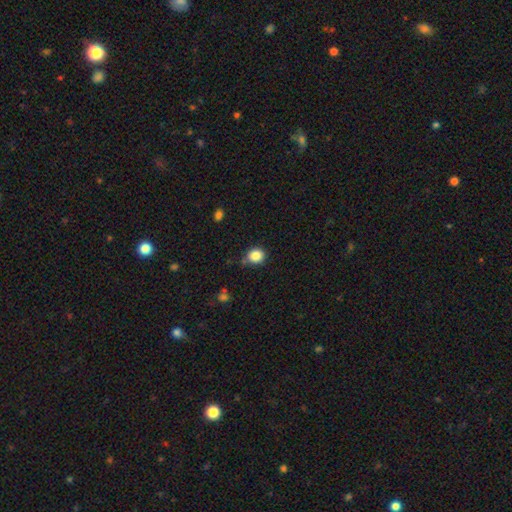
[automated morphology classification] Overall: smooth (85%). How rounded: round (77%). Merging: none (77%).